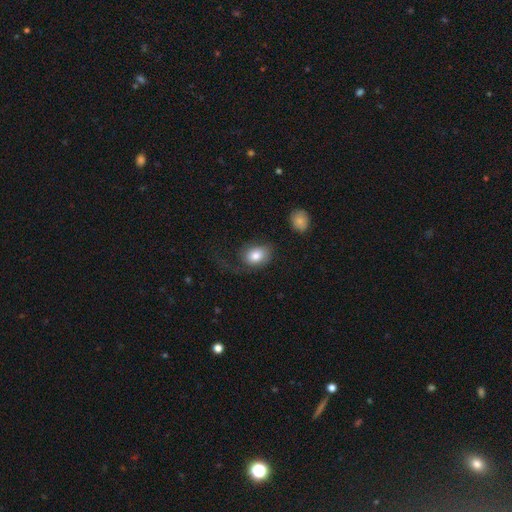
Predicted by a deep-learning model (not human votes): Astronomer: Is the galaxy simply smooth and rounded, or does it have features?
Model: smooth — 79%.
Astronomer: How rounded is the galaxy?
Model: in between — 66%.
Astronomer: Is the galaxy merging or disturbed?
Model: none — 44% (runner-up: major disturbance, 31%).